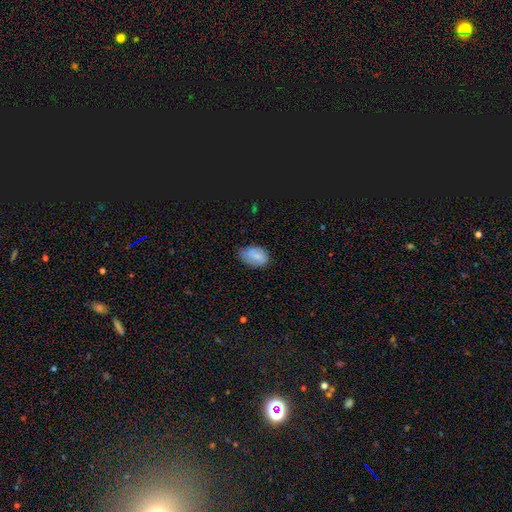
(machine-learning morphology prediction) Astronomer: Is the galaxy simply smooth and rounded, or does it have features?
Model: smooth — 71%.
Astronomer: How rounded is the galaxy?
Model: in between — 87%.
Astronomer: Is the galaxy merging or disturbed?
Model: none — 63%.